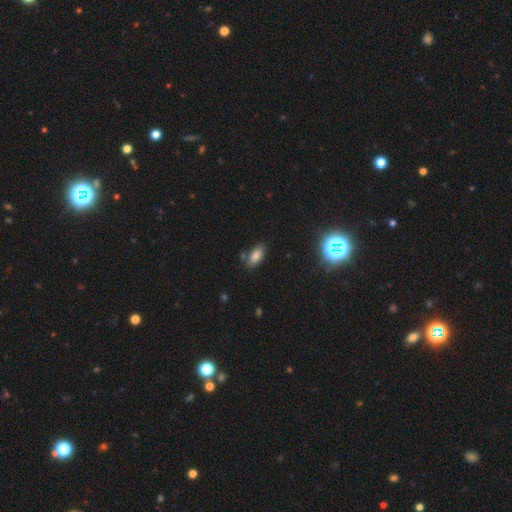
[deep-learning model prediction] A smooth galaxy with no disk features (81%) that is in between round and cigar-shaped (91%). Merging: none (74%).